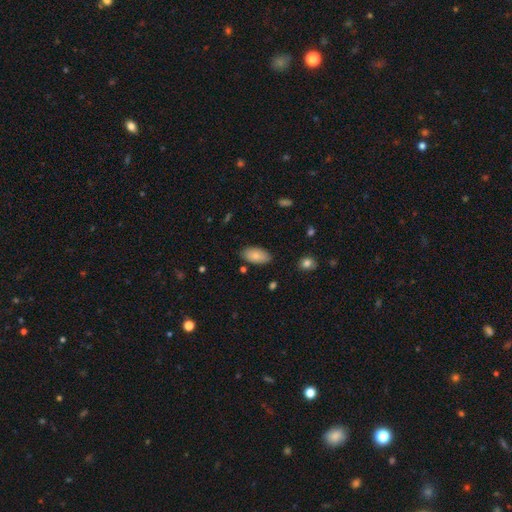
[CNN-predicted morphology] type=smooth (80%); roundness=in between (94%); merging=none (82%).